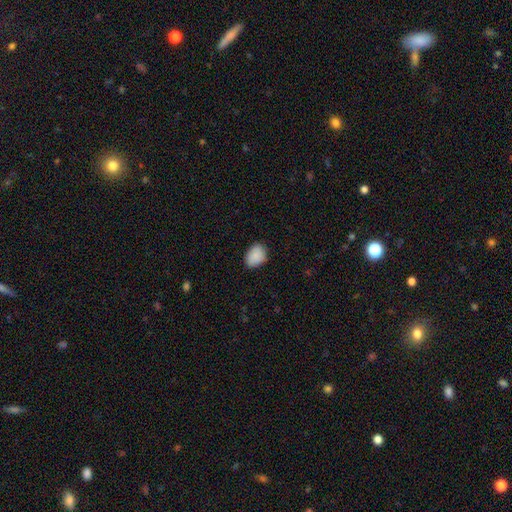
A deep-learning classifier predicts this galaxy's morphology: Smooth or featured?
  - smooth: 88% *
  - star or artifact: 7%
  - featured or disk: 4%
How rounded?
  - in between: 73% *
  - round: 26%
  - cigar-shaped: 1%
Merging?
  - none: 79% *
  - minor disturbance: 17%
  - major disturbance: 3%
  - merger: 1%